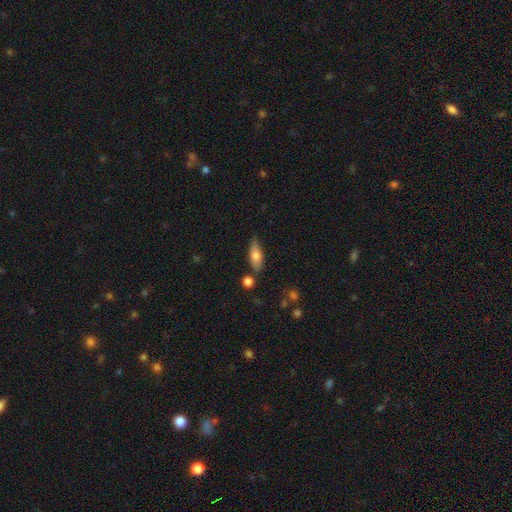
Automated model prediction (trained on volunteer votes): smooth_or_featured: smooth (p=0.70) [alt: featured or disk p=0.24]
how_rounded: in between (p=0.66) [alt: cigar-shaped p=0.31]
merging: none (p=0.79) [alt: minor disturbance p=0.13]